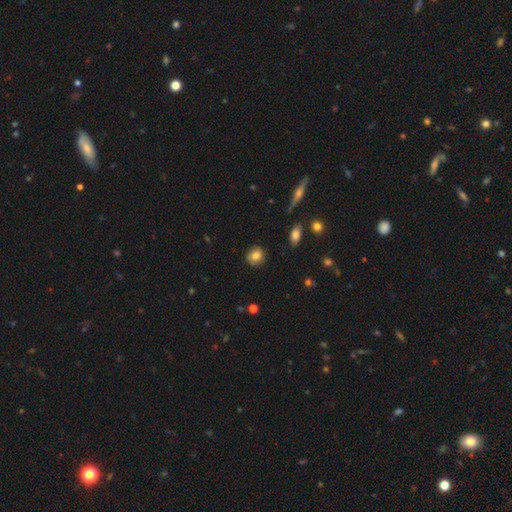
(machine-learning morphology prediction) A smooth galaxy with no disk features (77%) that is round (76%). Merging: none (83%).